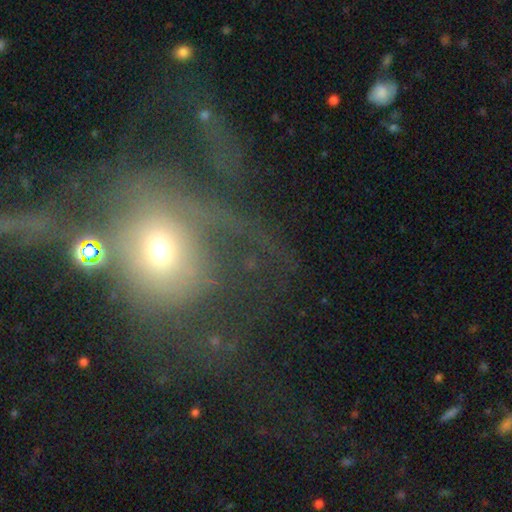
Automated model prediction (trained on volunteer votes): Smooth or featured: featured or disk — 44% (smooth — 38%)
Merging: major disturbance — 53% (none — 24%)